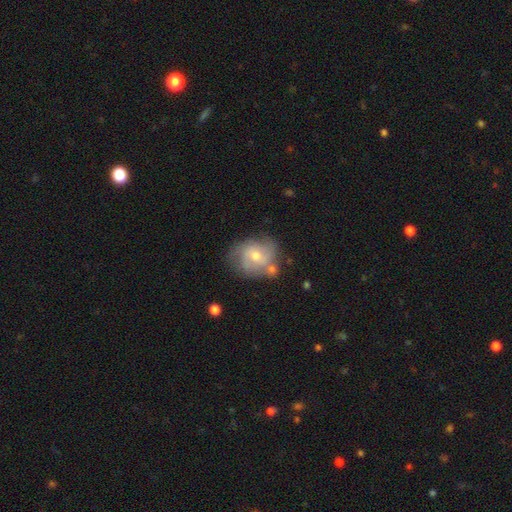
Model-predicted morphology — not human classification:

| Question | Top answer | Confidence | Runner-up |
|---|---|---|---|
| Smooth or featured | featured or disk | 62% | smooth (30%) |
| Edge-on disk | no | 97% | yes (3%) |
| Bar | no | 65% | weak (30%) |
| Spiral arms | yes | 80% | no (20%) |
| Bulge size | moderate | 57% | small (38%) |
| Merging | none | 58% | minor disturbance (22%) |